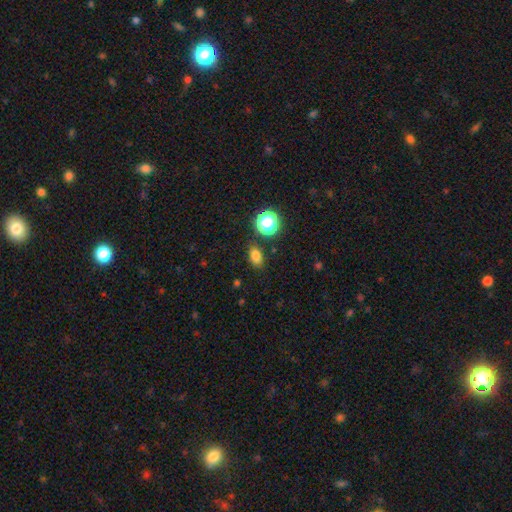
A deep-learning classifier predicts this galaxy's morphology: The model was most divided on "how rounded": in between: 76%, round: 22%, cigar-shaped: 2%. More confident: merging — none (83%); smooth or featured — smooth (78%).